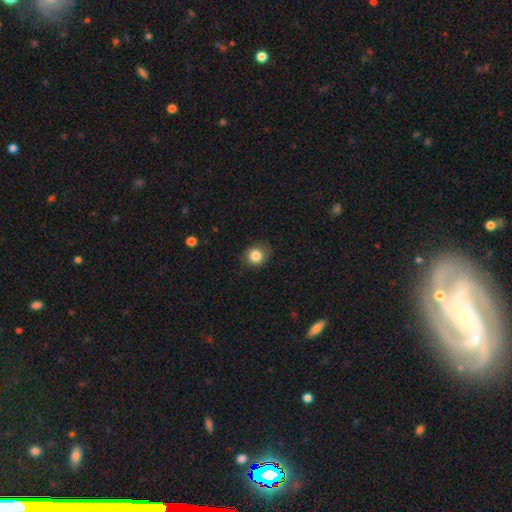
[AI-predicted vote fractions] Smooth or featured: smooth — 85% (star or artifact — 10%)
How rounded: round — 82% (in between — 17%)
Merging: none — 83% (minor disturbance — 13%)